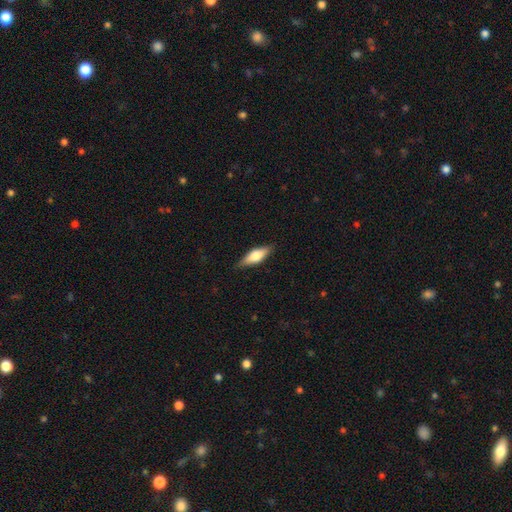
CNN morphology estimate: A smooth galaxy with no disk features (58%) that is in between round and cigar-shaped (62%).

Vote fractions:
- Smooth or featured? smooth: 58% / featured or disk: 36% / star or artifact: 6%
- How rounded? in between: 62% / cigar-shaped: 35% / round: 3%
- Merging? none: 84% / minor disturbance: 12% / major disturbance: 2% / merger: 1%